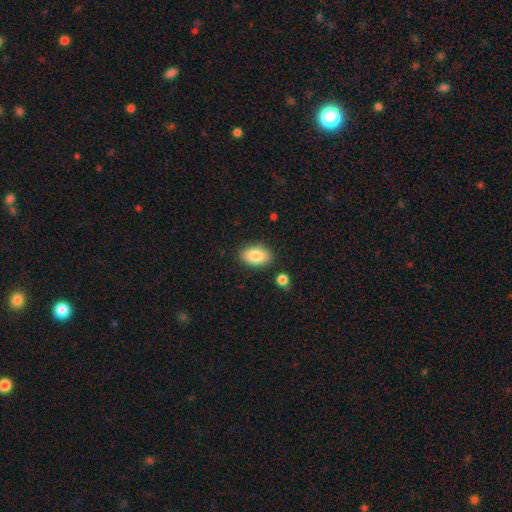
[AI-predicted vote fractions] smooth-or-featured: smooth: 84% | featured or disk: 9% | star or artifact: 7%
  how-rounded: in between: 91% | round: 8% | cigar-shaped: 2%
  merging: none: 84% | minor disturbance: 10% | merger: 3% | major disturbance: 2%